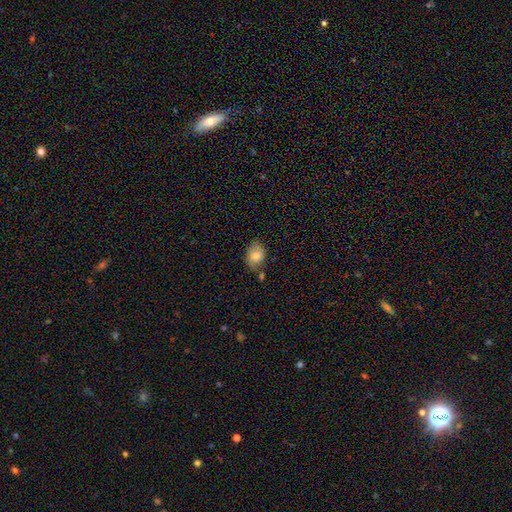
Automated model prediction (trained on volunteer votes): Morphology: type=smooth (79%); roundness=in between (72%); merging=none (66%).